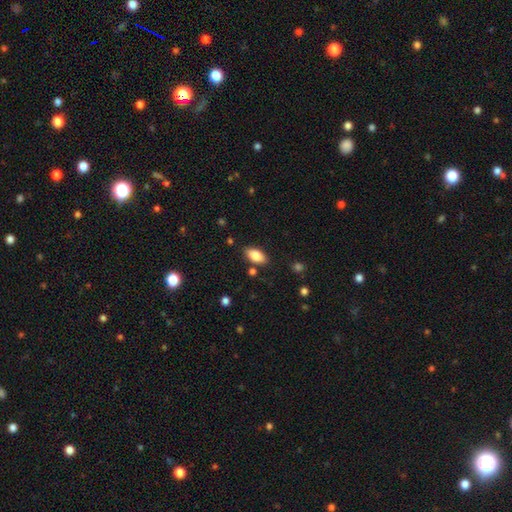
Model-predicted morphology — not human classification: Overall: smooth (82%). How rounded: in between (91%). Merging: none (84%).